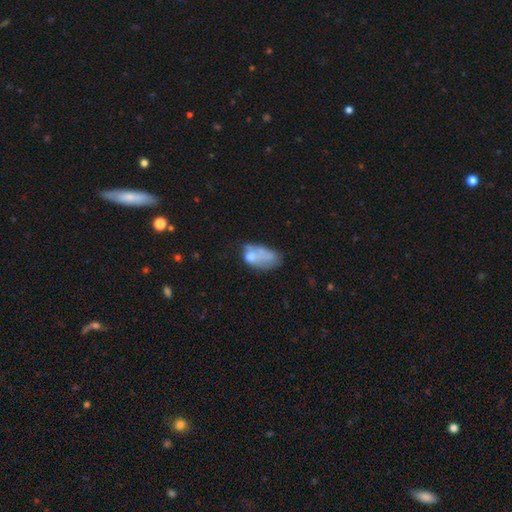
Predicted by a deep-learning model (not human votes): A smooth galaxy with no disk features (57%) that is in between round and cigar-shaped (90%). Merging: none (27%).